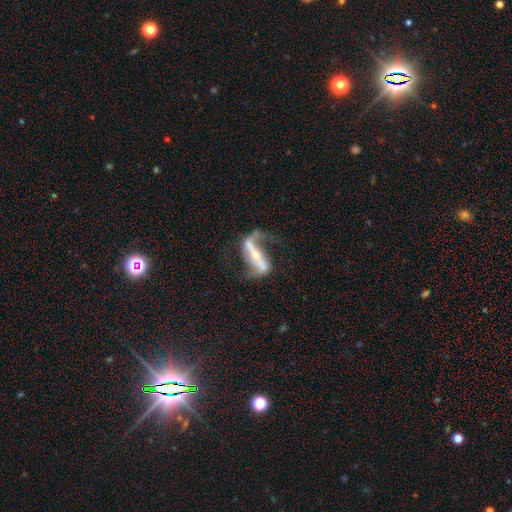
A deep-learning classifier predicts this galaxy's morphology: smooth-or-featured: featured or disk: 84% | smooth: 10% | star or artifact: 6%
  disk-edge-on: no: 81% | yes: 19%
    bar: strong: 74% | weak: 14% | no: 12%
    has-spiral-arms: yes: 88% | no: 12%
      spiral-winding: loose: 75% | medium: 18% | tight: 7%
      spiral-arm-count: 2: 87% | 1: 6% | can't tell: 3% | 3: 1% | 4: 1% | more than 4: 1%
    bulge-size: small: 60% | moderate: 33% | none: 3% | large: 3% | dominant: 1%
  merging: none: 55% | major disturbance: 21% | minor disturbance: 18% | merger: 5%